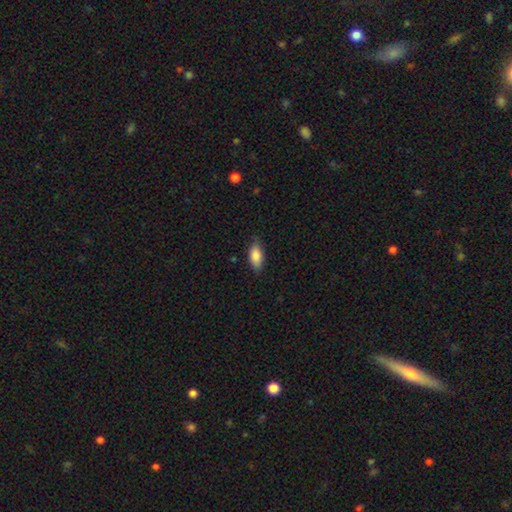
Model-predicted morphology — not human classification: The model was most divided on "merging": none: 81%, minor disturbance: 15%, major disturbance: 3%, merger: 1%. More confident: smooth or featured — smooth (87%); how rounded — in between (87%).